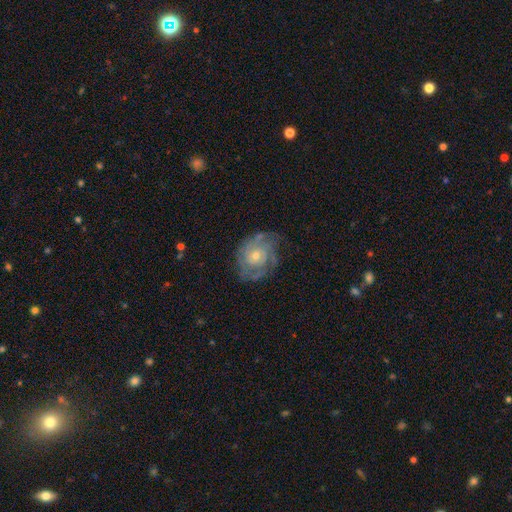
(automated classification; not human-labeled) The model was most divided on "spiral arm count": can't tell: 30%, 2: 27%, 3: 23%, 4: 9%, 1: 5%, more than 4: 5%. More confident: edge-on disk — no (97%); spiral arms — yes (92%); smooth or featured — featured or disk (81%); bar — no (79%); merging — none (69%); spiral winding — tight (60%); bulge size — small (55%).